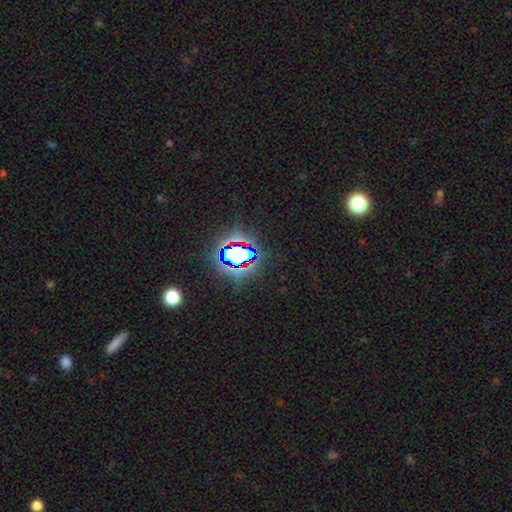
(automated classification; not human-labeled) This is clearly a star or artifact rather than a galaxy (81%).